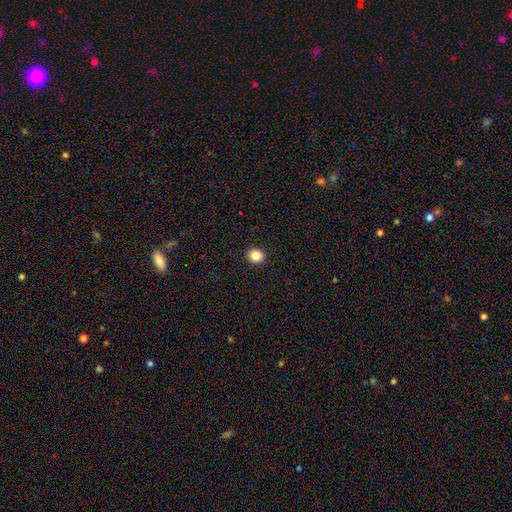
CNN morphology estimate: Smooth or featured?
  - smooth: 85% *
  - star or artifact: 11%
  - featured or disk: 4%
How rounded?
  - round: 84% *
  - in between: 15%
  - cigar-shaped: 1%
Merging?
  - none: 93% *
  - minor disturbance: 4%
  - major disturbance: 1%
  - merger: 1%